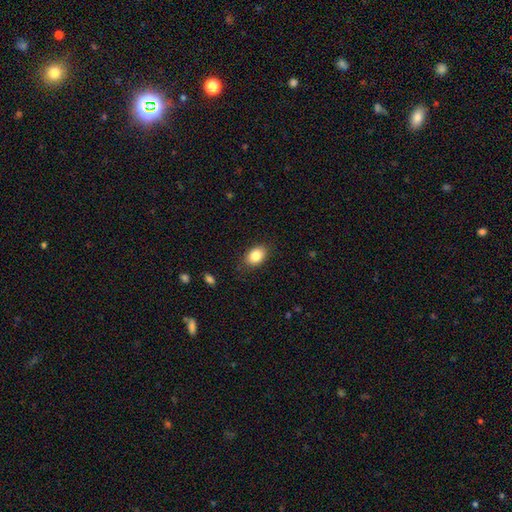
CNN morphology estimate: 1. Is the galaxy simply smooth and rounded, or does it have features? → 85% smooth, 8% star or artifact, 7% featured or disk.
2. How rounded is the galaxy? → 83% in between, 16% round, 1% cigar-shaped.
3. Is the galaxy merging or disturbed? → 85% none, 11% minor disturbance, 3% major disturbance, 1% merger.